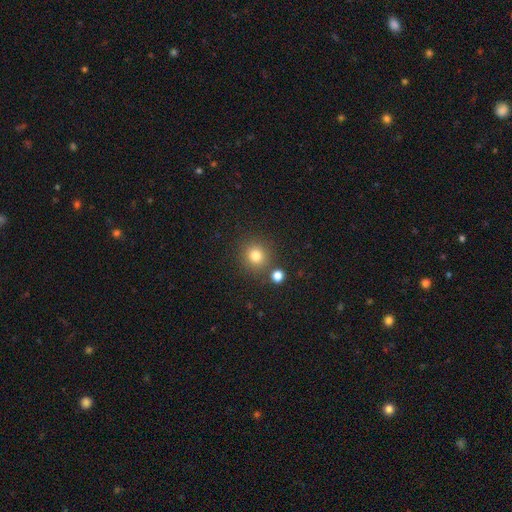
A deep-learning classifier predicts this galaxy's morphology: Smooth or featured?
  - smooth: 80% *
  - star or artifact: 13%
  - featured or disk: 6%
How rounded?
  - round: 91% *
  - in between: 8%
  - cigar-shaped: 1%
Merging?
  - none: 81% *
  - minor disturbance: 8%
  - merger: 8%
  - major disturbance: 3%